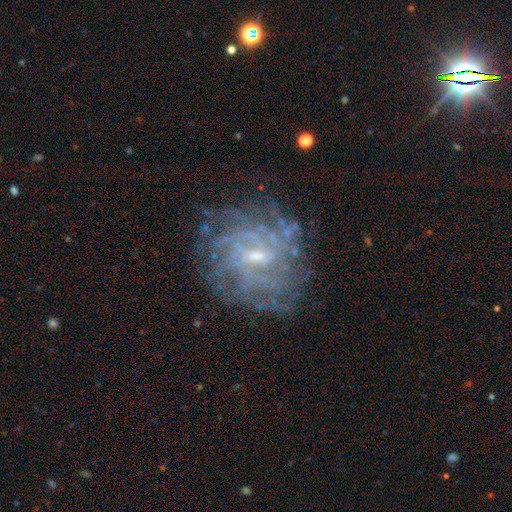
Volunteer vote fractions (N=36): This is clearly a featured or disk galaxy (94%). It is clearly not viewed edge-on (100%). Bar: likely weak (68%). Spiral arm pattern: clearly yes (97%). Spiral arm count: possibly can't tell (48%). Spiral winding: likely tight (70%). Central bulge: possibly small (50%). Merging: likely none (77%).